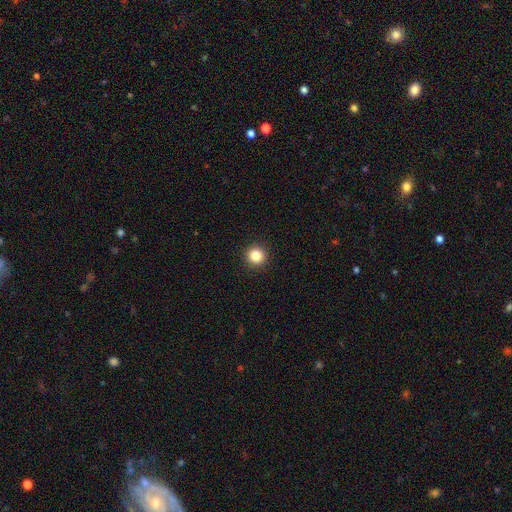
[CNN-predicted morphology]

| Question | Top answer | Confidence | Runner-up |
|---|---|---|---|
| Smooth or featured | smooth | 84% | star or artifact (11%) |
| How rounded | round | 95% | in between (4%) |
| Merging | none | 93% | minor disturbance (5%) |